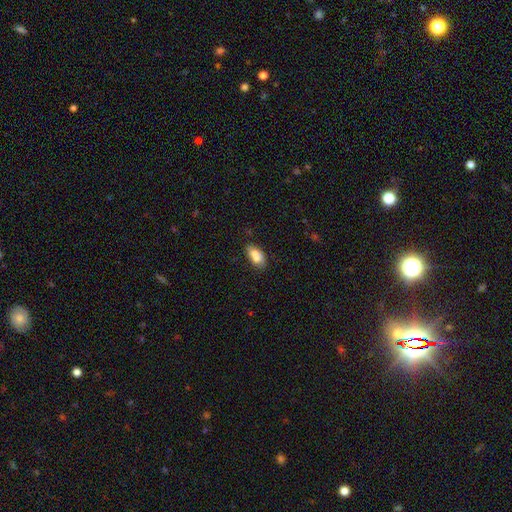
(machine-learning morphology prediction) type=smooth (77%); roundness=in between (87%); merging=none (50%).